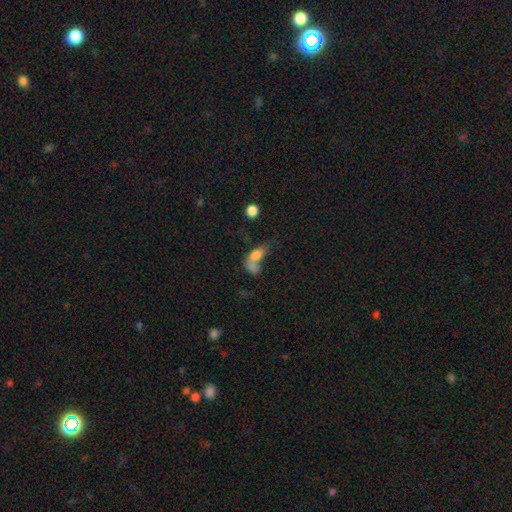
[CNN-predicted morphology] smooth_or_featured: smooth (p=0.67) [alt: featured or disk p=0.20]
how_rounded: in between (p=0.71) [alt: round p=0.19]
merging: merger (p=0.57) [alt: none p=0.18]